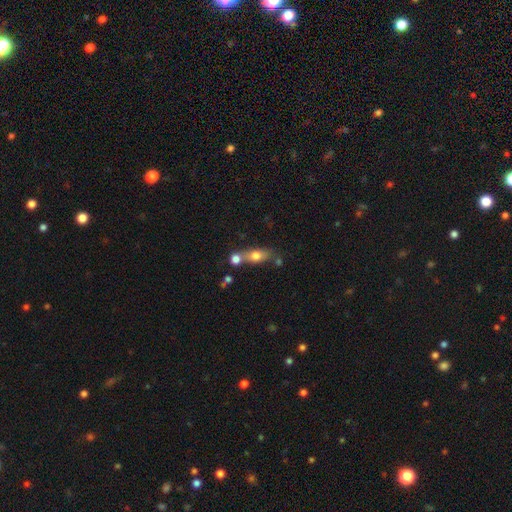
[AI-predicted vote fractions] Smooth or featured?
  - smooth: 72% *
  - featured or disk: 19%
  - star or artifact: 9%
How rounded?
  - in between: 66% *
  - cigar-shaped: 17%
  - round: 17%
Merging?
  - none: 43% *
  - merger: 39%
  - minor disturbance: 12%
  - major disturbance: 6%